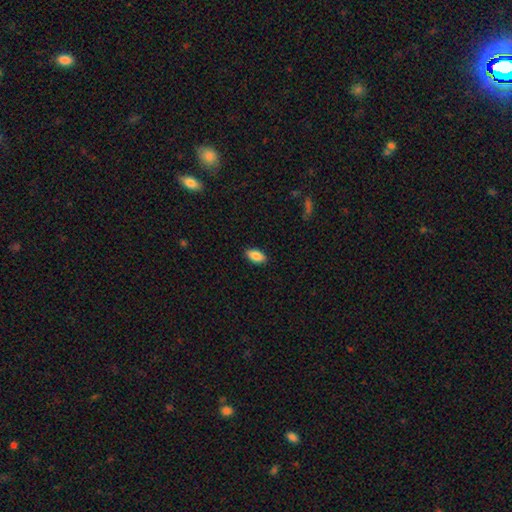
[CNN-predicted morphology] The model was most divided on "merging": none: 88%, minor disturbance: 9%, major disturbance: 2%, merger: 1%. More confident: how rounded — in between (92%); smooth or featured — smooth (87%).